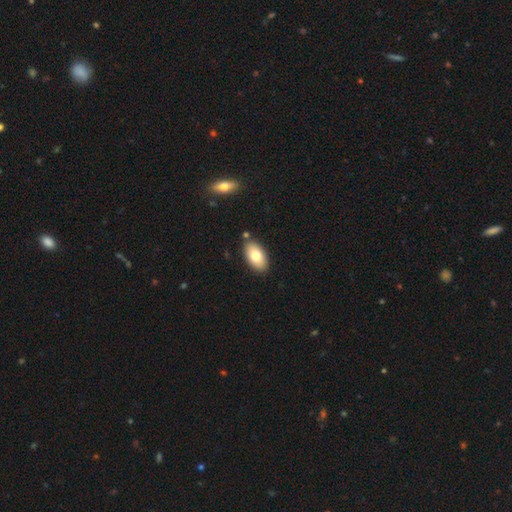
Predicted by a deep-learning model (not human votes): Smooth or featured? Predicted: smooth (p=0.77). How rounded? Predicted: in between (p=0.94). Merging? Predicted: none (p=0.84).